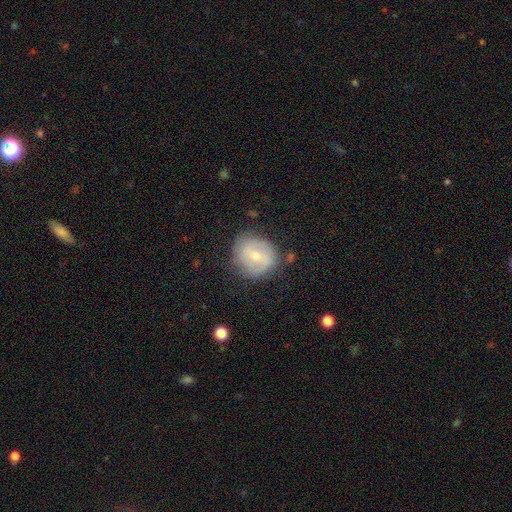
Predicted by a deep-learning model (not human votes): smooth-or-featured: smooth: 48% | featured or disk: 44% | star or artifact: 7%
  merging: none: 70% | minor disturbance: 21% | major disturbance: 7% | merger: 3%